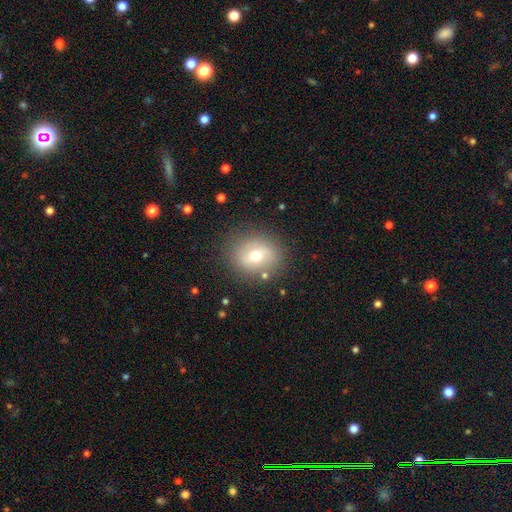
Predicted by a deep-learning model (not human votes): A smooth galaxy with no disk features (57%) that is round (72%). Merging: none (82%).